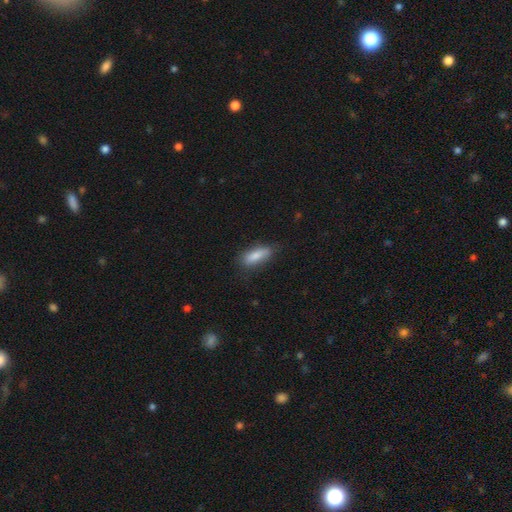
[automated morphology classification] Smooth or featured? Predicted: smooth (p=0.82). How rounded? Predicted: in between (p=0.65). Merging? Predicted: none (p=0.74).